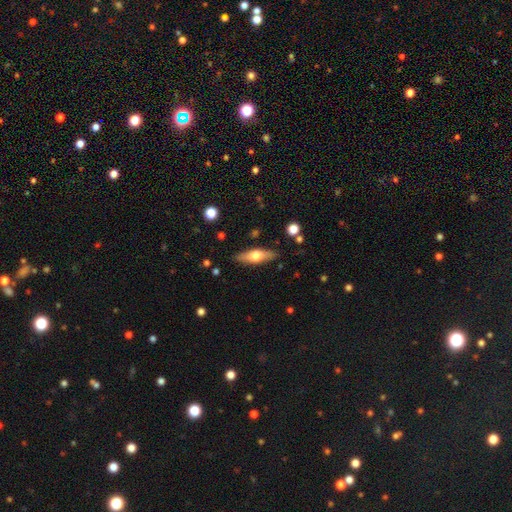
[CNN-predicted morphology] Smooth or featured?
  - smooth: 48% *
  - featured or disk: 46%
  - star or artifact: 6%
Merging?
  - none: 86% *
  - minor disturbance: 10%
  - major disturbance: 2%
  - merger: 2%